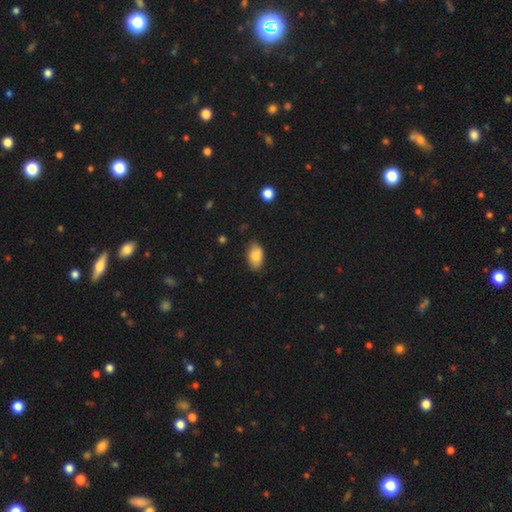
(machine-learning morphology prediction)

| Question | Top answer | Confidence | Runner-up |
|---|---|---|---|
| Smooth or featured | smooth | 85% | featured or disk (8%) |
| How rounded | in between | 92% | round (7%) |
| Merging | none | 79% | minor disturbance (17%) |